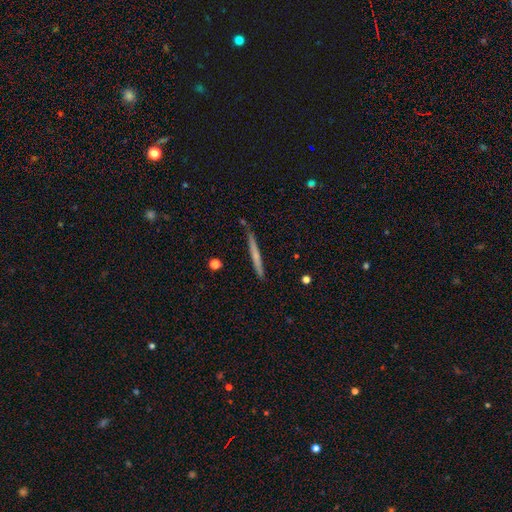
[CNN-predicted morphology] smooth-or-featured: smooth: 50% | featured or disk: 44% | star or artifact: 6%
  merging: none: 83% | minor disturbance: 13% | merger: 2% | major disturbance: 2%